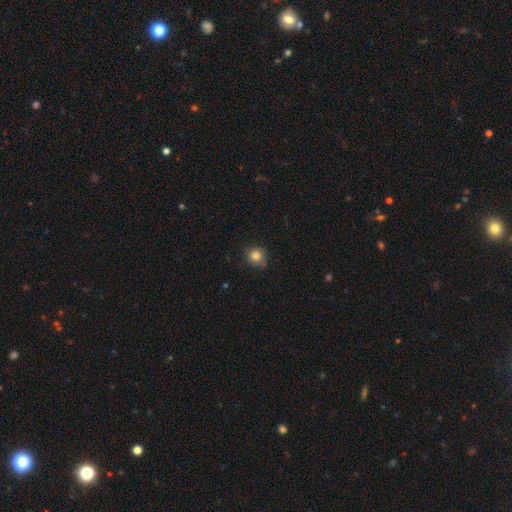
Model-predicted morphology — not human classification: Overall: smooth (84%). How rounded: round (92%). Merging: none (79%).